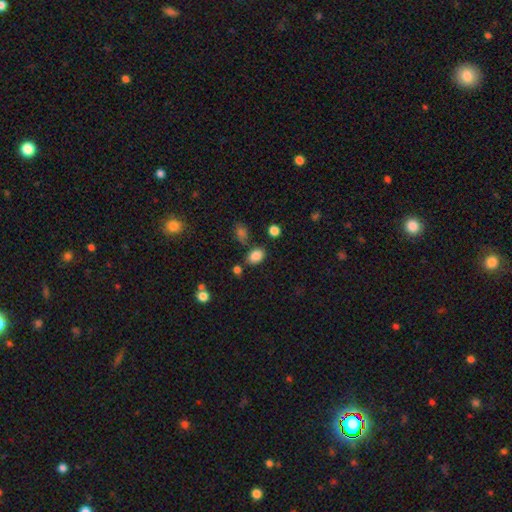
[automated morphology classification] type=smooth (84%); roundness=in between (77%); merging=none (74%).